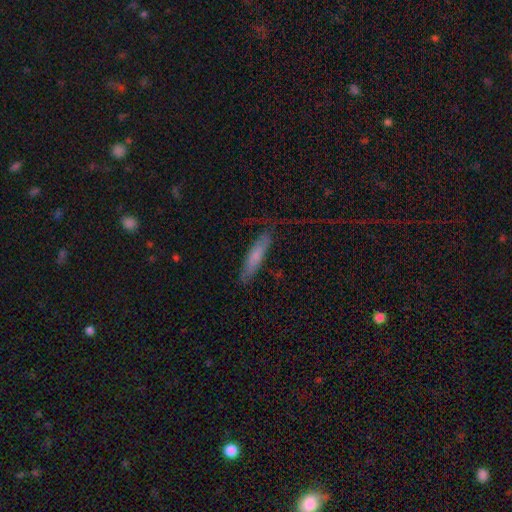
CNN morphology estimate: Smooth or featured: smooth — 66% (featured or disk — 27%)
How rounded: cigar-shaped — 77% (in between — 21%)
Merging: none — 65% (minor disturbance — 22%)